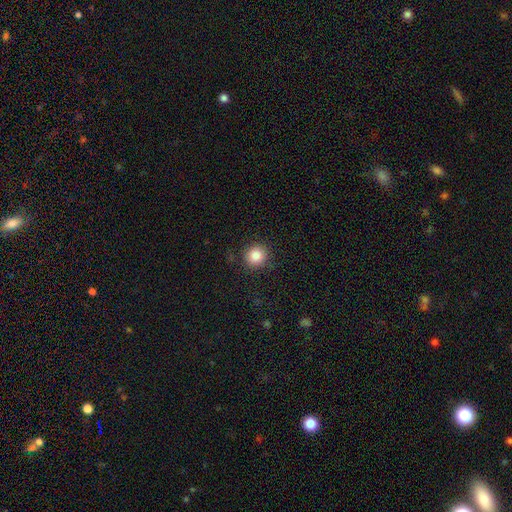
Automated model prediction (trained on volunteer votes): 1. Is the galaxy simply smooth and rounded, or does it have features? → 86% smooth, 10% star or artifact, 5% featured or disk.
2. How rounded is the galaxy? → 92% round, 7% in between, 1% cigar-shaped.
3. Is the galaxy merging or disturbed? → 87% none, 9% minor disturbance, 3% major disturbance, 1% merger.